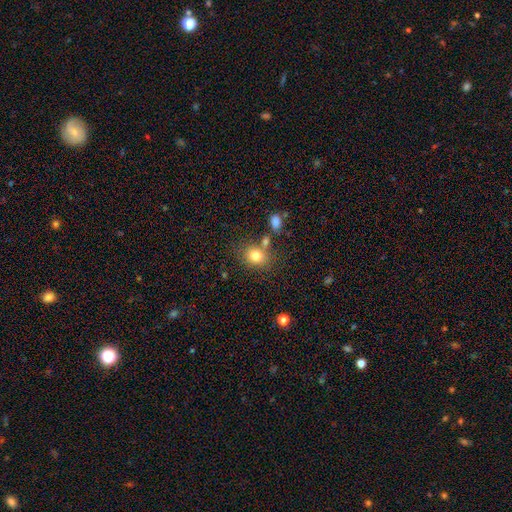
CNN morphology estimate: Smooth or featured?
  - smooth: 79% *
  - star or artifact: 12%
  - featured or disk: 9%
How rounded?
  - round: 50% *
  - in between: 49%
  - cigar-shaped: 1%
Merging?
  - none: 65% *
  - merger: 16%
  - minor disturbance: 14%
  - major disturbance: 5%